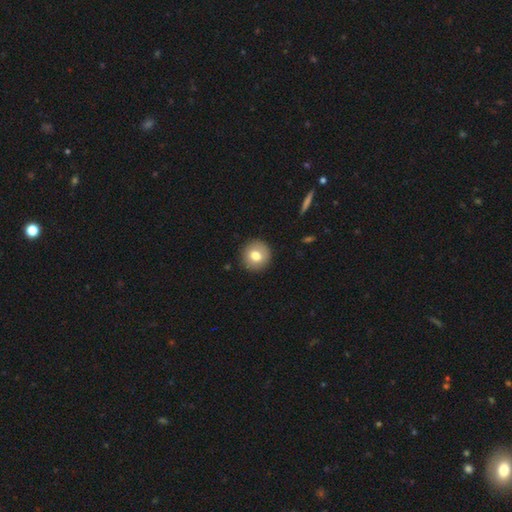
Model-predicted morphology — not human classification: Overall: smooth (76%). How rounded: round (92%). Merging: none (91%).